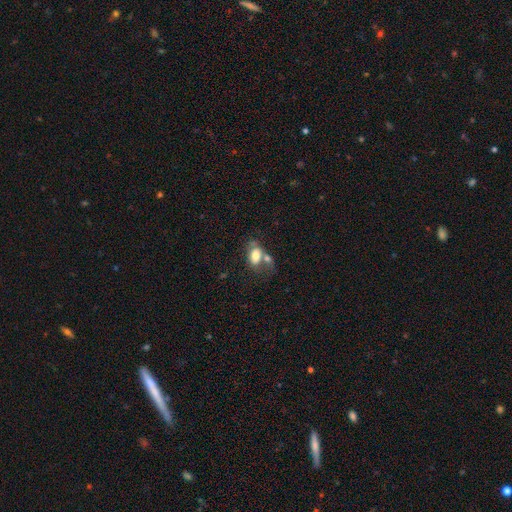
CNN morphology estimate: smooth-or-featured: smooth: 69% | featured or disk: 22% | star or artifact: 9%
  how-rounded: in between: 84% | round: 14% | cigar-shaped: 2%
  merging: merger: 46% | none: 28% | minor disturbance: 14% | major disturbance: 11%